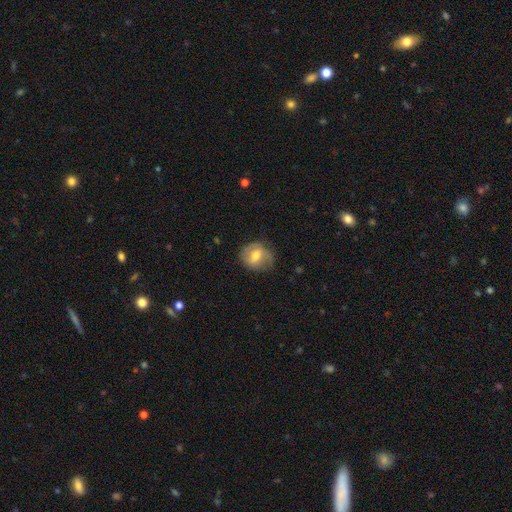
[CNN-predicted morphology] Smooth or featured? smooth (52%)
How rounded? round (68%)
Merging? none (65%)